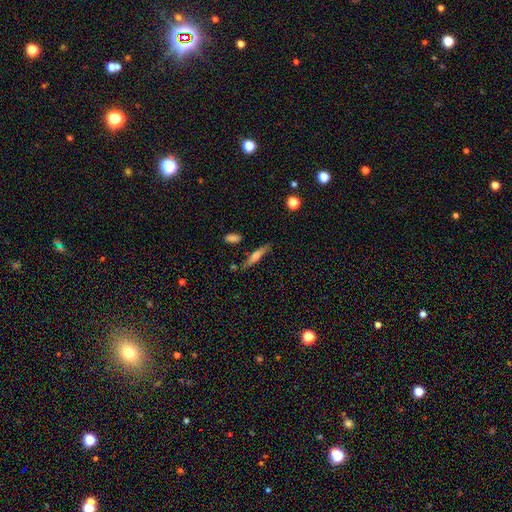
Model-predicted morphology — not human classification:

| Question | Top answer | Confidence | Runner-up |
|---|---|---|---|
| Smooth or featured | smooth | 49% | featured or disk (42%) |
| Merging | none | 79% | minor disturbance (13%) |